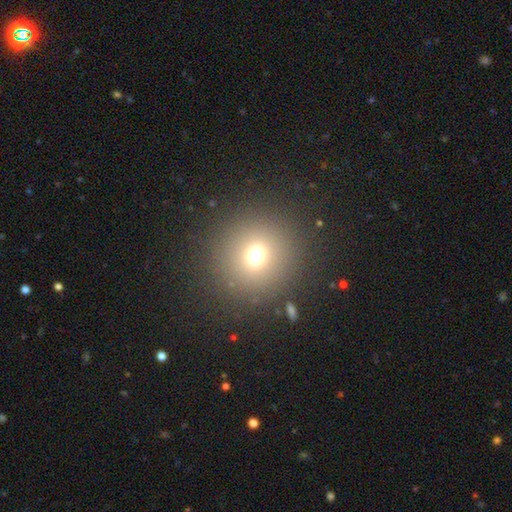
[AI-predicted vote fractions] Overall: smooth (68%). How rounded: round (91%). Merging: none (85%).